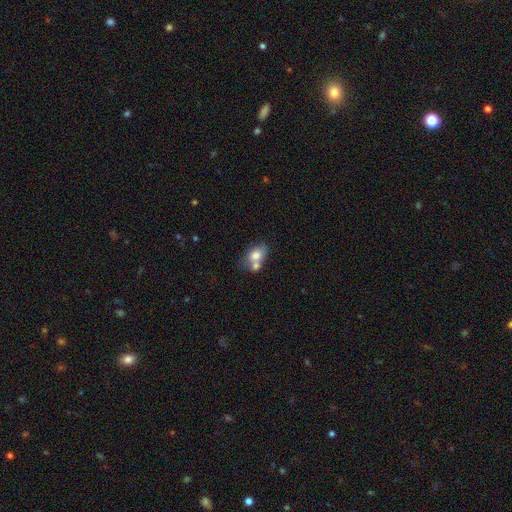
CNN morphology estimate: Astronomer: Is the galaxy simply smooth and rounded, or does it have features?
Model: smooth — 74%.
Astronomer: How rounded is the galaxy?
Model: in between — 76%.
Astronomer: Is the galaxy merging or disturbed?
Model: merger — 49% (runner-up: none, 33%).